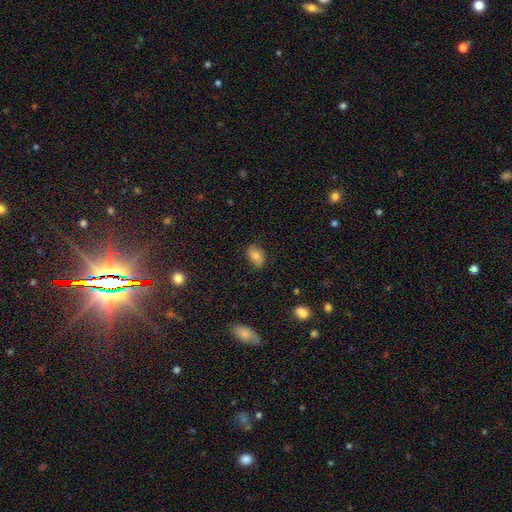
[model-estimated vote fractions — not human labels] A smooth galaxy with no disk features (79%) that is in between round and cigar-shaped (85%). Merging: none (80%).